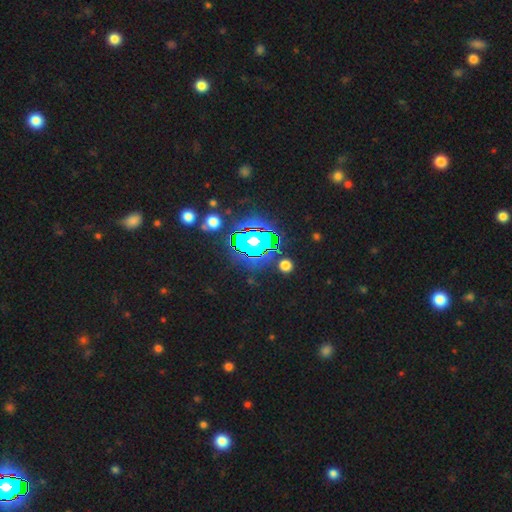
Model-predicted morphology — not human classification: star or artifact 83%, smooth 11%, featured or disk 7%.